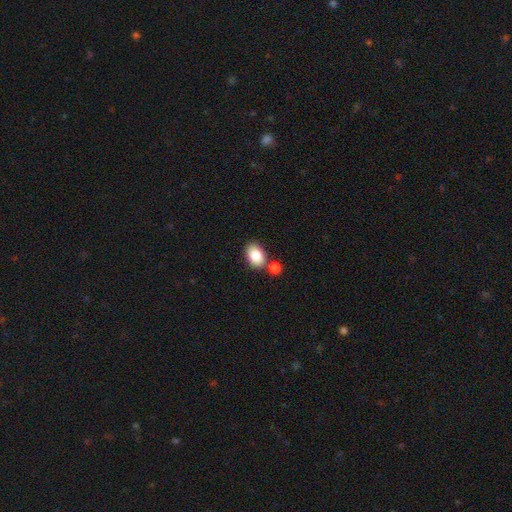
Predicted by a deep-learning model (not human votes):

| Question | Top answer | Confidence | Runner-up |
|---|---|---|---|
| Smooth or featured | smooth | 84% | featured or disk (8%) |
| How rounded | in between | 84% | round (15%) |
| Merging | none | 72% | merger (14%) |